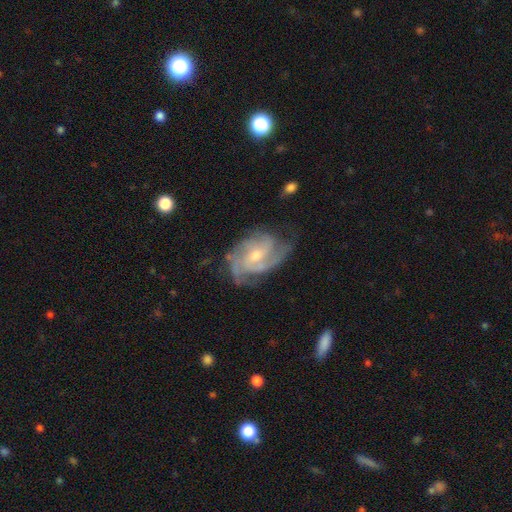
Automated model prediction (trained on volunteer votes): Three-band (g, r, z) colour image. It shows a featured or disk galaxy (89%) with no bar (50%), 3 (37%) tight (47%) spiral arms (97%) and a small central bulge (55%). Merging: none (65%).